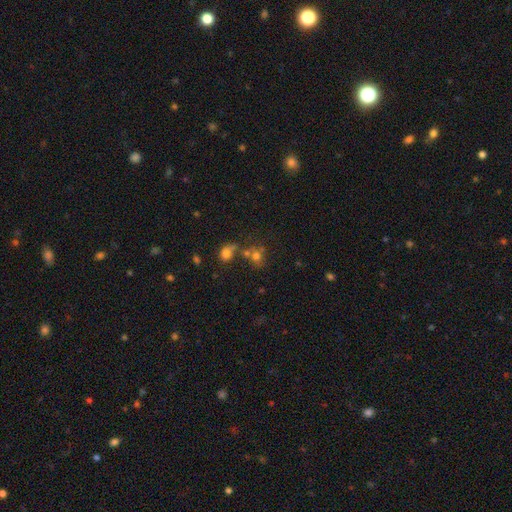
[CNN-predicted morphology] Smooth or featured?
  - smooth: 66% *
  - star or artifact: 20%
  - featured or disk: 14%
How rounded?
  - round: 75% *
  - in between: 24%
  - cigar-shaped: 1%
Merging?
  - none: 45% *
  - merger: 36%
  - minor disturbance: 11%
  - major disturbance: 7%